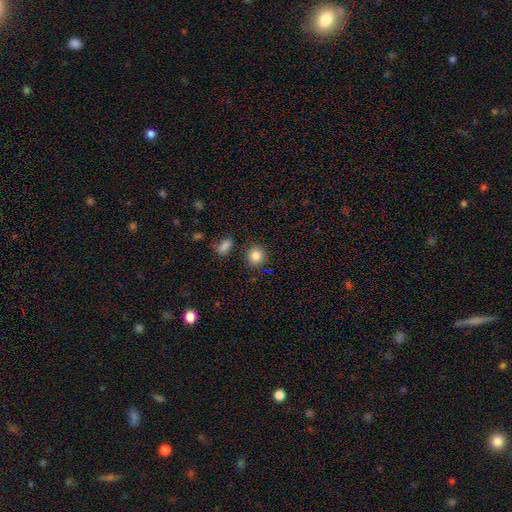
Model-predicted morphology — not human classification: Smooth or featured? Predicted: smooth (p=0.85). How rounded? Predicted: round (p=0.87). Merging? Predicted: none (p=0.85).